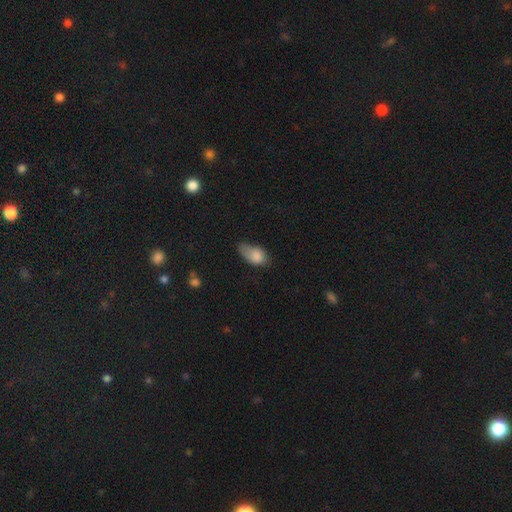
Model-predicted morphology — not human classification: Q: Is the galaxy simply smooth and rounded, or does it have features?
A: smooth — 80%.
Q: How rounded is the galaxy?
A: in between — 90%.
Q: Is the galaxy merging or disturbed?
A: minor disturbance — 43%.